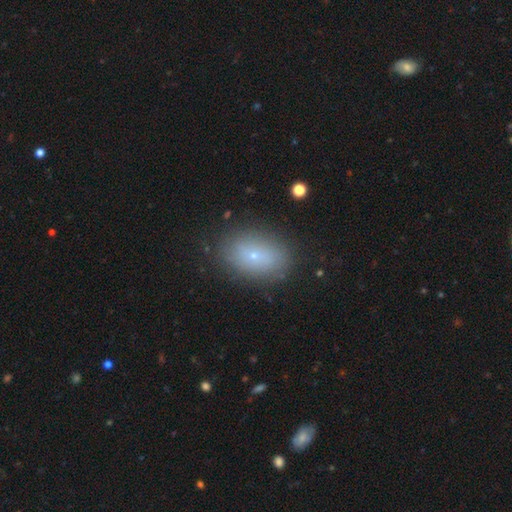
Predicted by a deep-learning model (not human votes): A smooth galaxy with no disk features (66%) that is in between round and cigar-shaped (84%). Merging: none (83%).